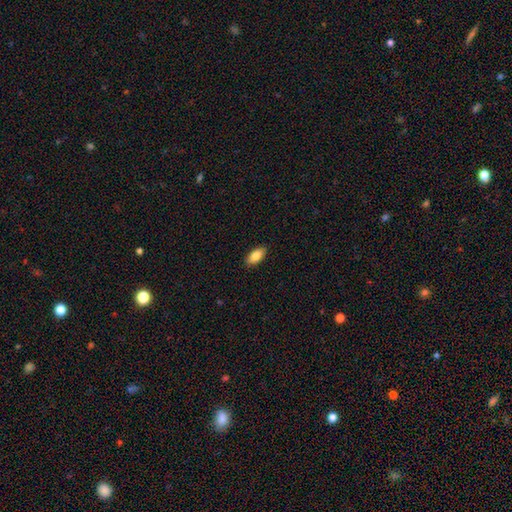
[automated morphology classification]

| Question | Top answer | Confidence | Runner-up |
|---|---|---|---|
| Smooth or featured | smooth | 85% | featured or disk (8%) |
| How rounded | in between | 91% | cigar-shaped (6%) |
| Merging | none | 89% | minor disturbance (8%) |